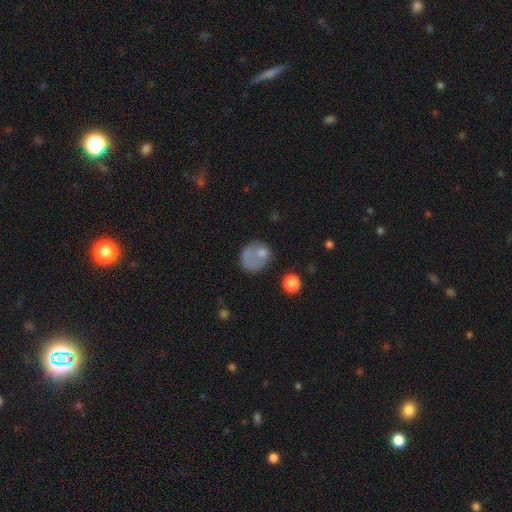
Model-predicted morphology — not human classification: smooth_or_featured: smooth (p=0.60) [alt: featured or disk p=0.26]
how_rounded: round (p=0.76) [alt: in between p=0.23]
merging: none (p=0.45) [alt: major disturbance p=0.21]